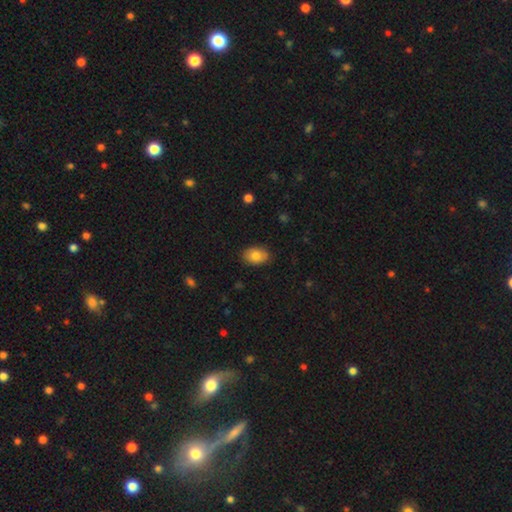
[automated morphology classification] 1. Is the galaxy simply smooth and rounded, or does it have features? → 81% smooth, 12% featured or disk, 7% star or artifact.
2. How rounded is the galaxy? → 83% in between, 16% round, 1% cigar-shaped.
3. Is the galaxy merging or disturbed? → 85% none, 12% minor disturbance, 2% major disturbance, 1% merger.